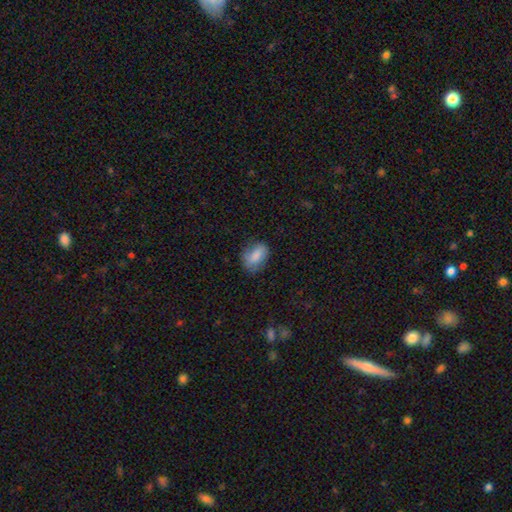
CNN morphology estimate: type=smooth (82%); roundness=in between (86%); merging=none (69%).